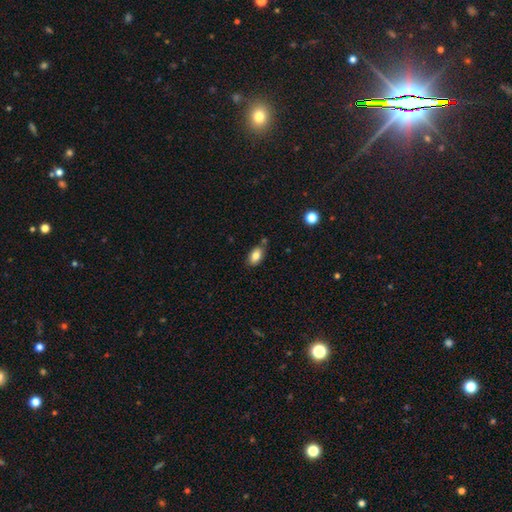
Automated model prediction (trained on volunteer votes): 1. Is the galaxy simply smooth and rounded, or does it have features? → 82% smooth, 10% featured or disk, 8% star or artifact.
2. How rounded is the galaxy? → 91% in between, 6% round, 3% cigar-shaped.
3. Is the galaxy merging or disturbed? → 73% none, 16% minor disturbance, 8% merger, 3% major disturbance.